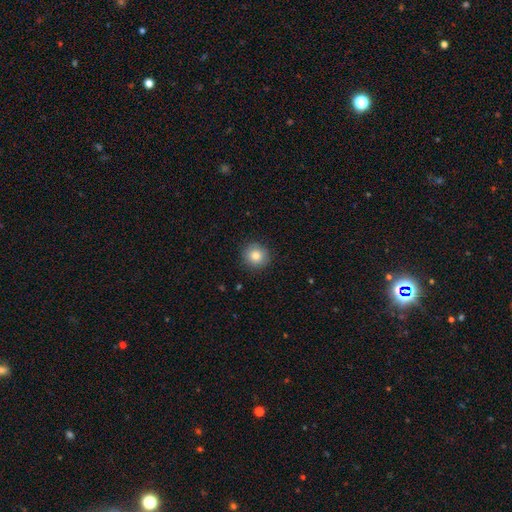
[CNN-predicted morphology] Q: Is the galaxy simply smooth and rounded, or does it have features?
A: smooth — 82%.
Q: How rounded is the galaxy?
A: round — 93%.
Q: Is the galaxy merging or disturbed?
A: none — 91%.